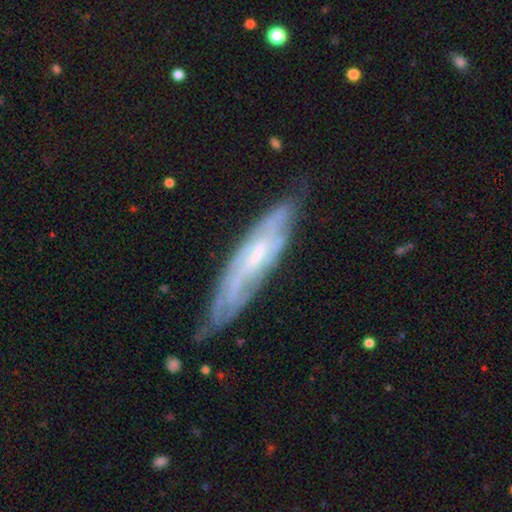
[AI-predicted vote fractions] Smooth or featured? Predicted: featured or disk (p=0.72). Edge-on disk? Predicted: no (p=0.60). Merging? Predicted: none (p=0.68).